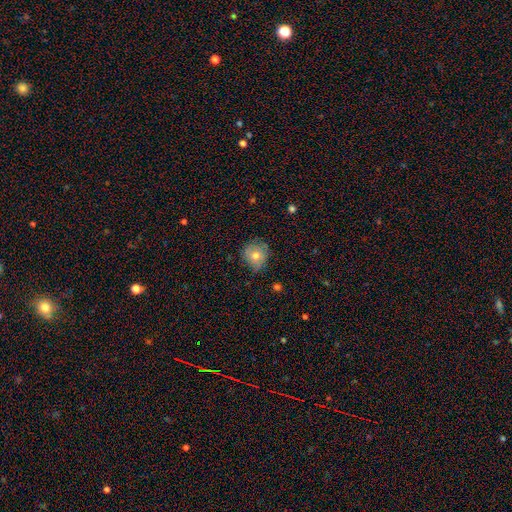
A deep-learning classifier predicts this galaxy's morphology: smooth_or_featured: smooth (p=0.69) [alt: featured or disk p=0.22]
how_rounded: round (p=0.85) [alt: in between p=0.14]
merging: none (p=0.70) [alt: minor disturbance p=0.24]